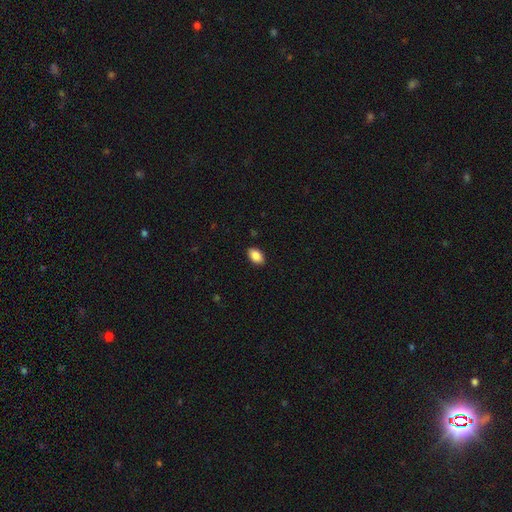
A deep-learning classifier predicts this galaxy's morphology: This appears to be a smooth galaxy with no disk features (89%) that is in between round and cigar-shaped (92%). Merging: none (88%).